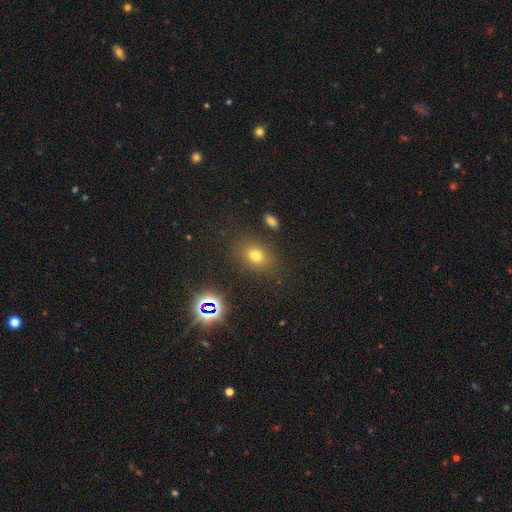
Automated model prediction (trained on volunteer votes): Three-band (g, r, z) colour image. It shows a smooth galaxy with no disk features (70%) that is in between round and cigar-shaped (62%). Merging: none (81%).